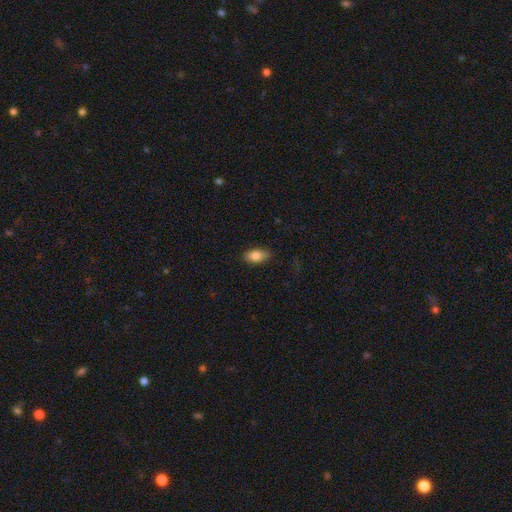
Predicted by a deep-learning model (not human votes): smooth_or_featured: smooth (p=0.83) [alt: featured or disk p=0.09]
how_rounded: in between (p=0.89) [alt: round p=0.06]
merging: none (p=0.85) [alt: minor disturbance p=0.12]